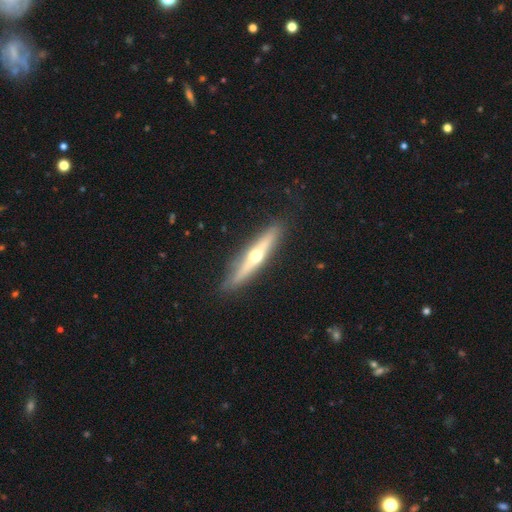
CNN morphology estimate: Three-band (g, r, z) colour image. It shows a featured or disk galaxy (63%) viewed edge-on (94%) with a rounded central bulge (92%). Merging: none (87%).